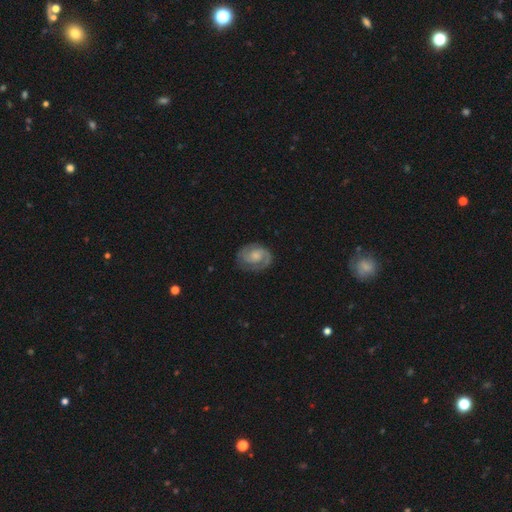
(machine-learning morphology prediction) type=featured or disk (79%); edge-on=no (98%); bar=no (66%); spiral arms=yes (95%); winding=tight (48%); arm count=2 (80%); bulge=moderate (36%, tied with small); merging=none (77%).